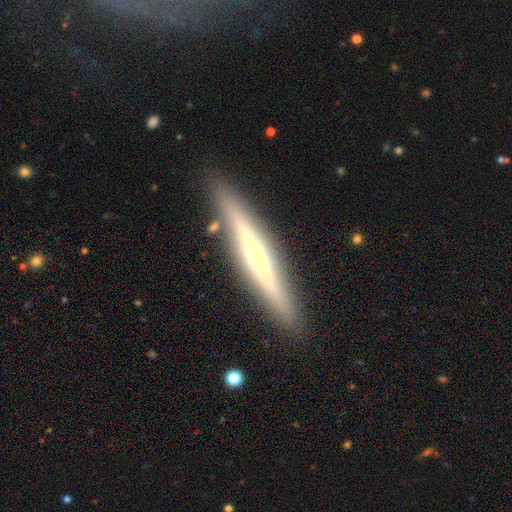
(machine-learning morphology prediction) smooth_or_featured: featured or disk (p=0.66) [alt: smooth p=0.28]
disk_edge_on: yes (p=0.93) [alt: no p=0.07]
edge_on_bulge: rounded (p=0.53) [alt: none p=0.37]
merging: none (p=0.87) [alt: minor disturbance p=0.09]